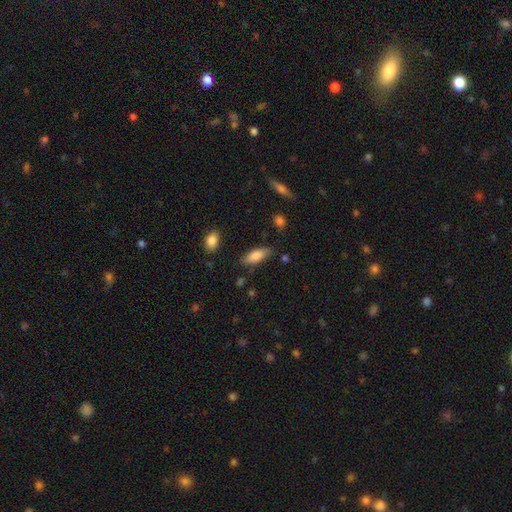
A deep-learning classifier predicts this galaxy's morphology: Smooth or featured? smooth (80%)
How rounded? in between (70%)
Merging? none (76%)